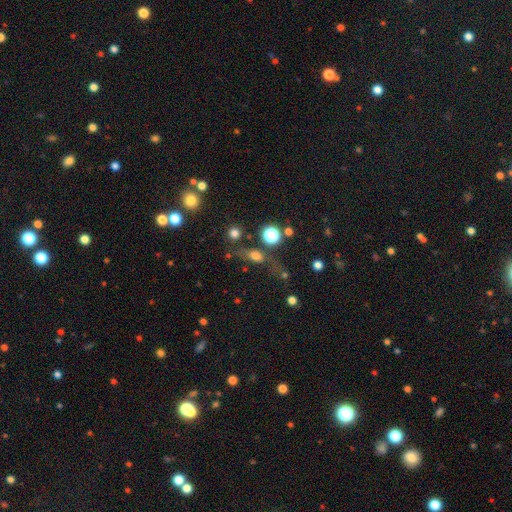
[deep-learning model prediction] smooth 67%, star or artifact 17%, featured or disk 16%. Down the decision tree: how rounded — in between (62%); merging — none (52%).